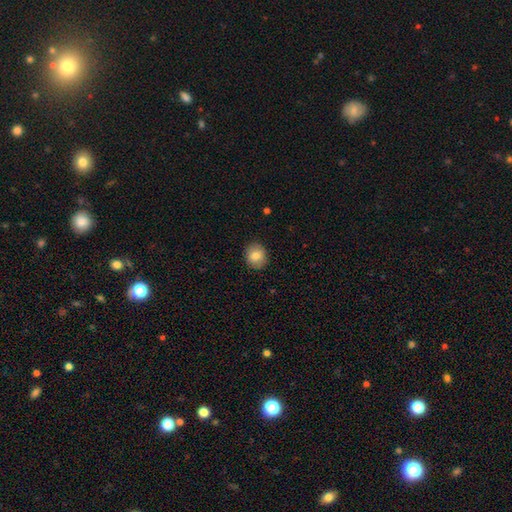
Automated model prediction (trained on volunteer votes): Smooth or featured?
  - smooth: 82% *
  - featured or disk: 10%
  - star or artifact: 8%
How rounded?
  - round: 73% *
  - in between: 26%
  - cigar-shaped: 1%
Merging?
  - none: 89% *
  - minor disturbance: 8%
  - major disturbance: 2%
  - merger: 1%